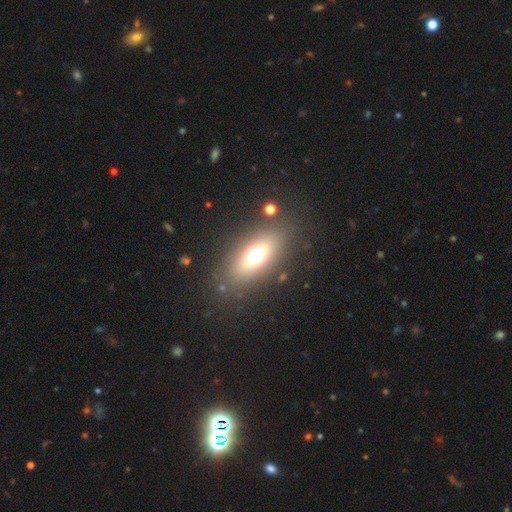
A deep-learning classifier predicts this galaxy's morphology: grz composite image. It shows a smooth galaxy with no disk features (60%) that is in between round and cigar-shaped (77%). Merging: none (82%).